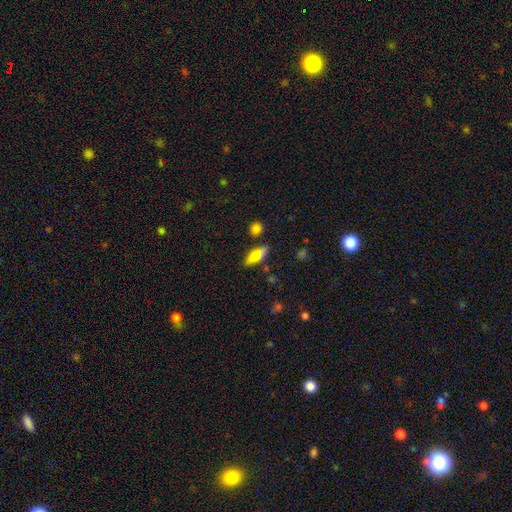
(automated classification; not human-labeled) The model was most divided on "how rounded": in between: 62%, cigar-shaped: 32%, round: 6%. More confident: smooth or featured — smooth (68%); merging — none (67%).